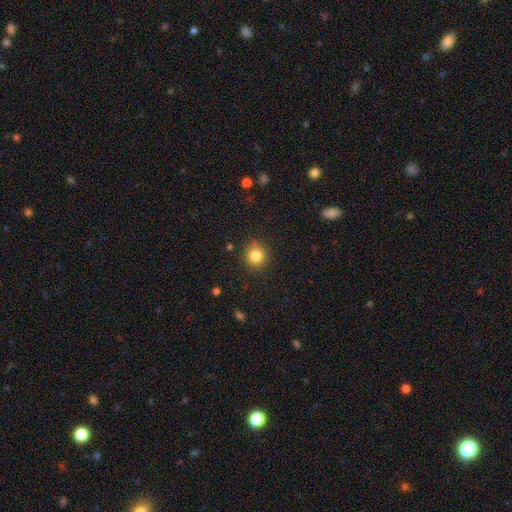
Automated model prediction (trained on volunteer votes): This appears to be a smooth galaxy with no disk features (82%) that is round (91%). Merging: none (84%).